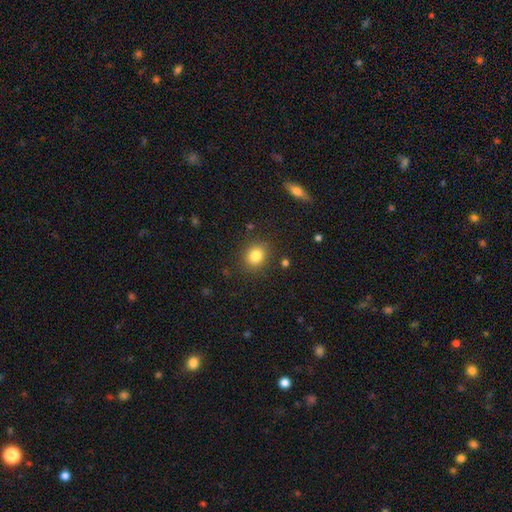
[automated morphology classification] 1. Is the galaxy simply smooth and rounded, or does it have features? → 82% smooth, 11% star or artifact, 6% featured or disk.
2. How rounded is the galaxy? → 66% round, 33% in between, 1% cigar-shaped.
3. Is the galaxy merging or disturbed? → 86% none, 9% minor disturbance, 3% major disturbance, 2% merger.